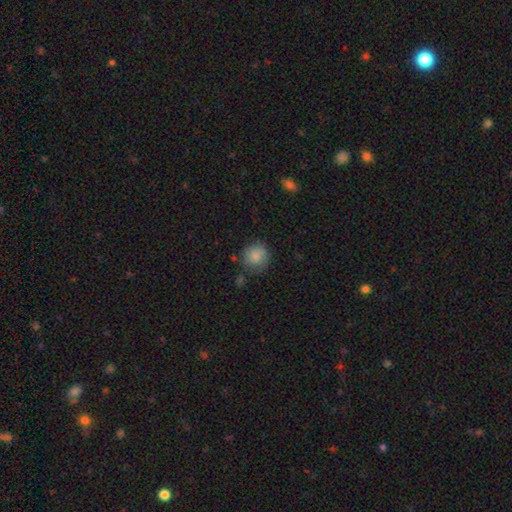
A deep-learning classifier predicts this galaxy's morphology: type=smooth (84%); roundness=round (90%); merging=none (72%).